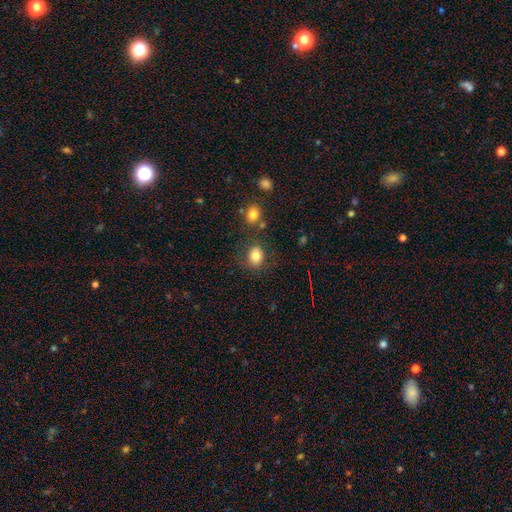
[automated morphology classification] This appears to be a smooth galaxy with no disk features (82%) that is round (59%). Merging: none (78%).